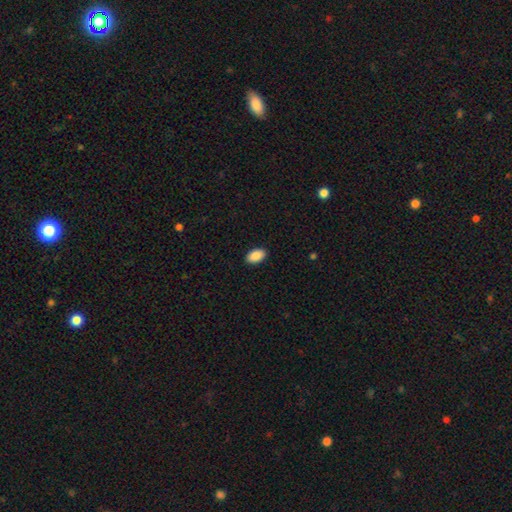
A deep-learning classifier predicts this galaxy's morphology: This appears to be a smooth galaxy with no disk features (90%) that is in between round and cigar-shaped (94%). Merging: none (90%).